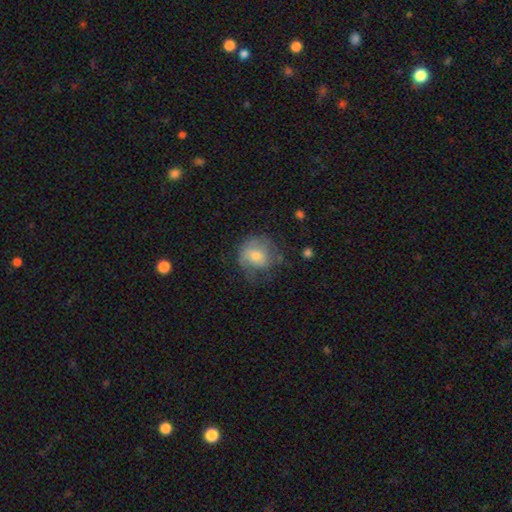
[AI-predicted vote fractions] This appears to be a smooth galaxy with no disk features (57%) that is round (75%). Merging: none (49%).